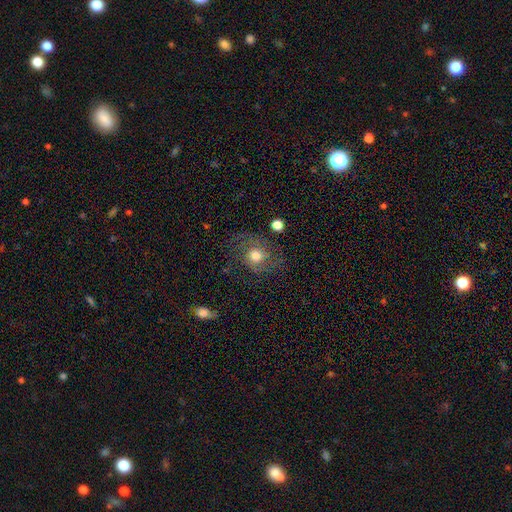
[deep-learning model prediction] A featured or disk galaxy (54%) with no bar (78%), spiral arms (81%) and a moderate central bulge (63%).

Vote fractions:
- Smooth or featured? featured or disk: 54% / smooth: 35% / star or artifact: 11%
- Edge-on disk? no: 96% / yes: 4%
- Bar? no: 78% / weak: 19% / strong: 3%
- Spiral arms? yes: 81% / no: 19%
- Bulge size? moderate: 63% / large: 24% / small: 8% / dominant: 2% / none: 2%
- Merging? none: 63% / minor disturbance: 18% / major disturbance: 16% / merger: 2%